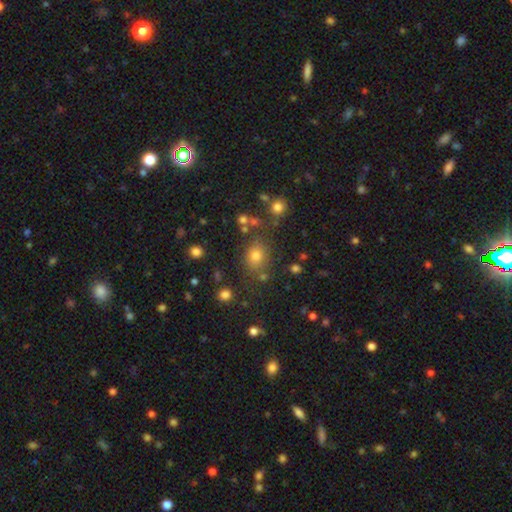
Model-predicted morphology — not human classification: Smooth or featured: smooth — 73% (star or artifact — 18%)
How rounded: round — 55% (in between — 43%)
Merging: none — 75% (minor disturbance — 12%)